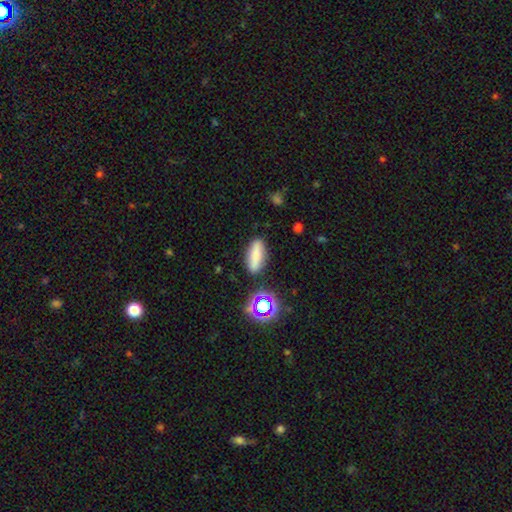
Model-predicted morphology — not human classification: smooth 76%, featured or disk 12%, star or artifact 12%. Down the decision tree: how rounded — in between (59%); merging — none (83%).